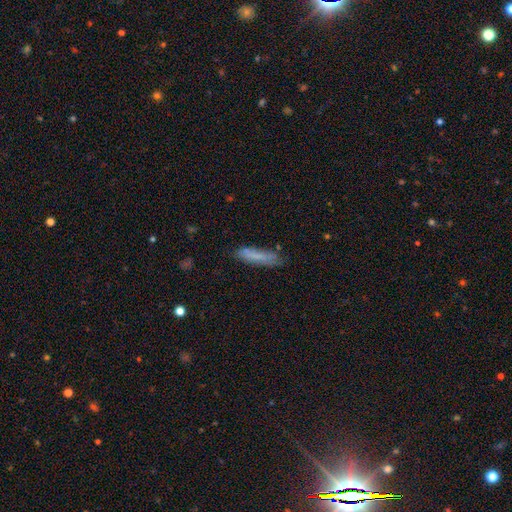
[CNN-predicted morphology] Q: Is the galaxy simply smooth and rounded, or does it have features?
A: smooth — 74%.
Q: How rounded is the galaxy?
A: cigar-shaped — 80%.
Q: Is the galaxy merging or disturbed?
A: none — 71%.